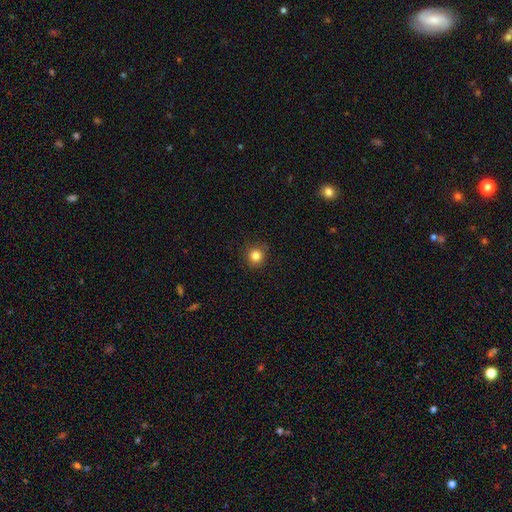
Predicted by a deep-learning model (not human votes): A smooth galaxy with no disk features (84%) that is round (92%).

Vote fractions:
- Smooth or featured? smooth: 84% / star or artifact: 12% / featured or disk: 5%
- How rounded? round: 92% / in between: 7% / cigar-shaped: 1%
- Merging? none: 87% / minor disturbance: 9% / major disturbance: 2% / merger: 1%